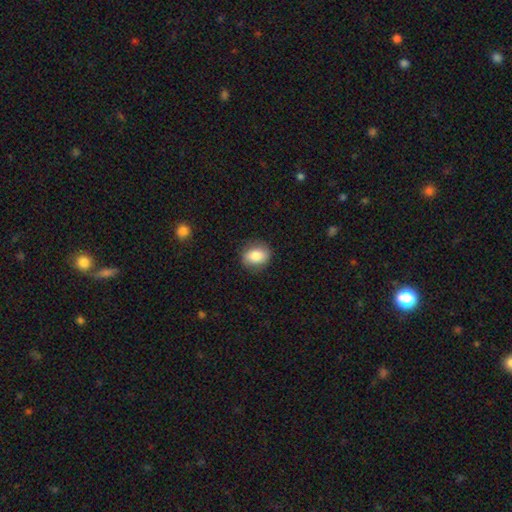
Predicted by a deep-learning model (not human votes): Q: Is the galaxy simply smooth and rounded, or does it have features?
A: smooth — 80%.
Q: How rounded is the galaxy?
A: round — 52%.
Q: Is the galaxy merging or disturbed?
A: none — 83%.